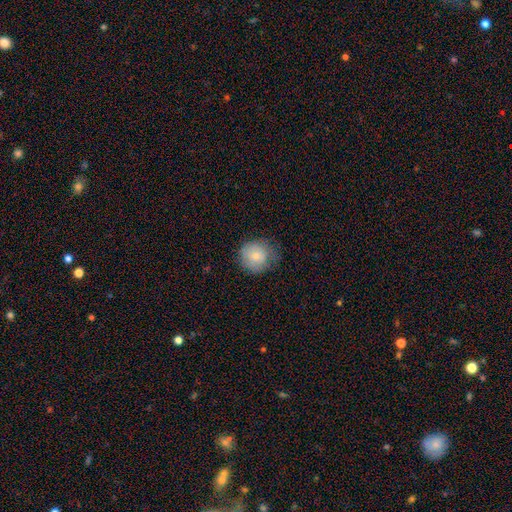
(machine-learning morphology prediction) This appears to be a smooth galaxy with no disk features (76%) that is round (86%). Merging: none (63%).